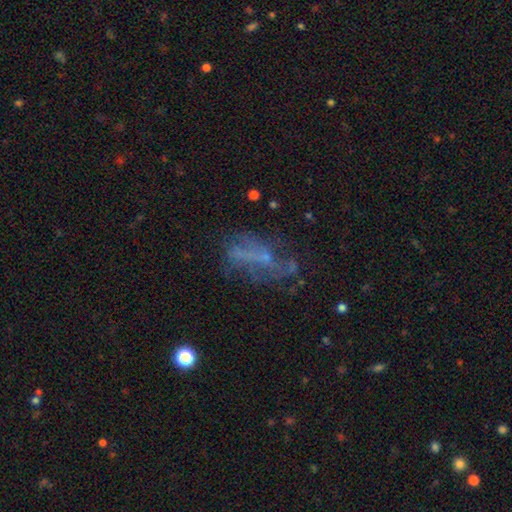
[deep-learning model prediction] Q: Smooth or featured?
A: featured or disk (49%); runner-up: smooth (28%)
Q: Merging?
A: none (44%); runner-up: major disturbance (29%)